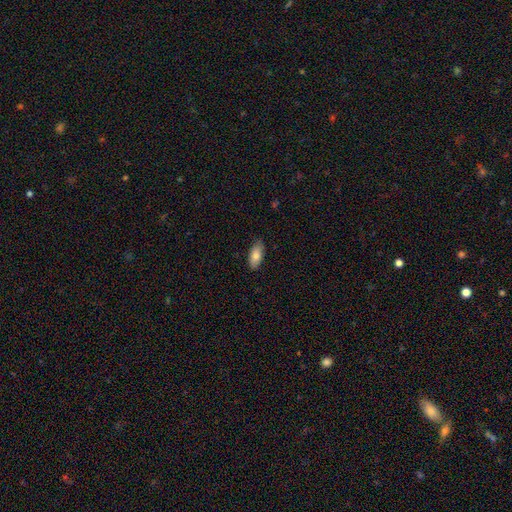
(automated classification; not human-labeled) Overall: smooth (81%). How rounded: in between (87%). Merging: none (82%).